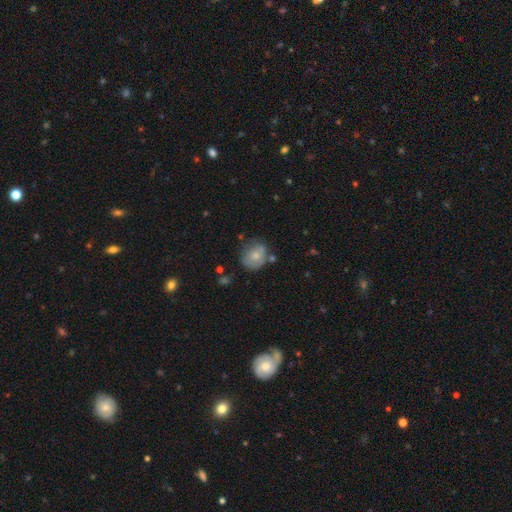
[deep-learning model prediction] Smooth or featured: smooth — 70% (featured or disk — 22%)
How rounded: round — 76% (in between — 23%)
Merging: none — 58% (minor disturbance — 25%)